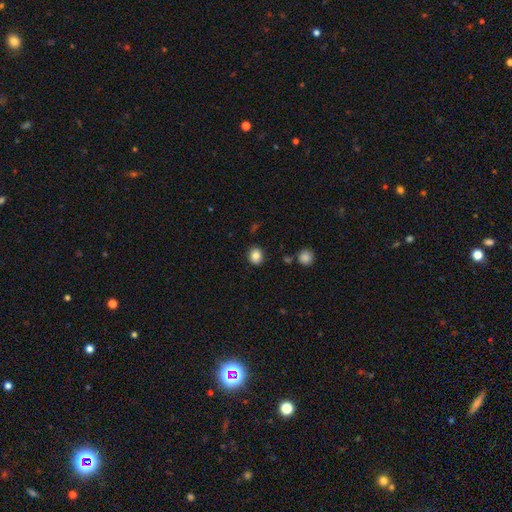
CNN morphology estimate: This appears to be a smooth galaxy with no disk features (84%) that is round (70%). Merging: none (89%).